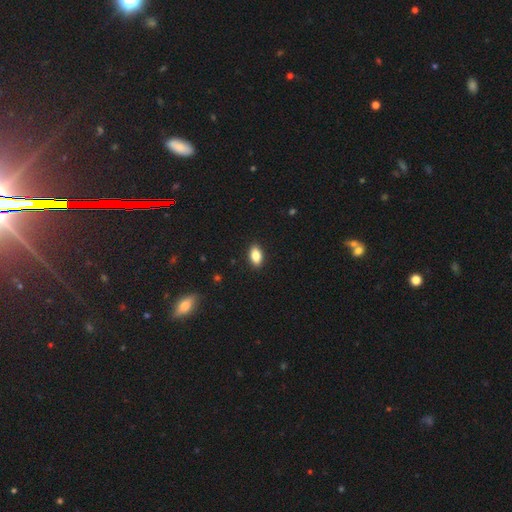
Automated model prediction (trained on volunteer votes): smooth-or-featured: smooth: 84% | featured or disk: 8% | star or artifact: 8%
  how-rounded: in between: 90% | round: 6% | cigar-shaped: 4%
  merging: none: 90% | minor disturbance: 7% | major disturbance: 2% | merger: 1%